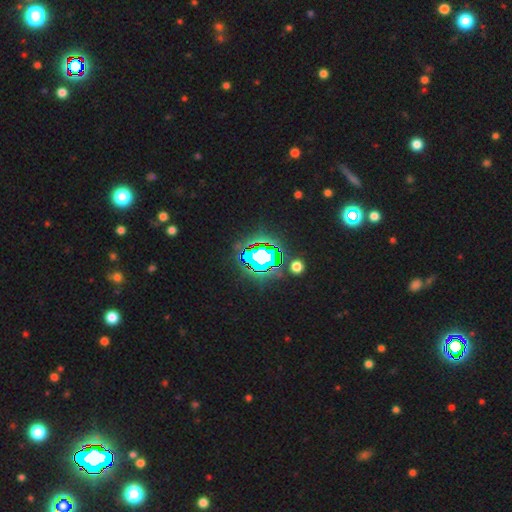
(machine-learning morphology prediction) type=star or artifact (79%).